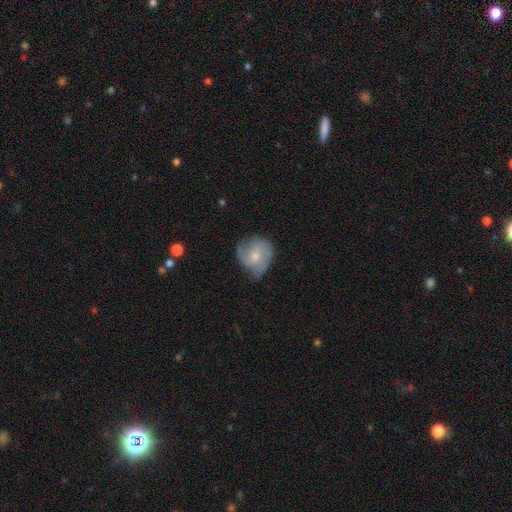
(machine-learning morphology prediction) Smooth or featured: featured or disk — 61% (smooth — 32%)
Edge-on disk: no — 97% (yes — 3%)
Bar: no — 68% (weak — 28%)
Spiral arms: yes — 87% (no — 13%)
Spiral winding: medium — 46% (tight — 29%)
Spiral arm count: 2 — 35% (3 — 31%)
Bulge size: small — 50% (moderate — 45%)
Merging: none — 54% (minor disturbance — 32%)